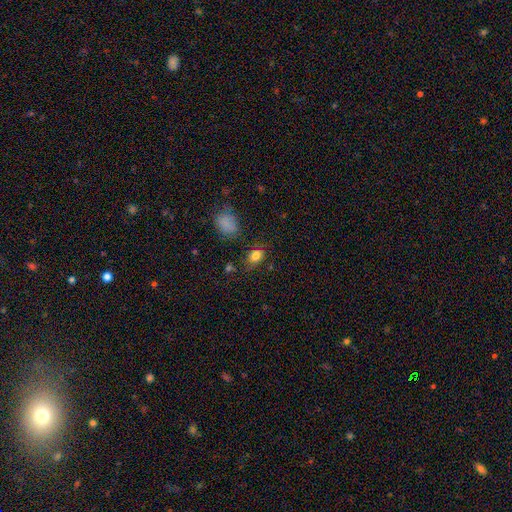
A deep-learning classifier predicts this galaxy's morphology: This appears to be a smooth galaxy with no disk features (82%) that is in between round and cigar-shaped (66%). Merging: none (73%).